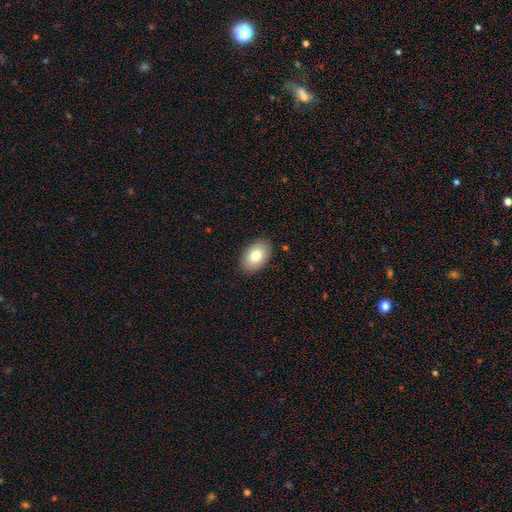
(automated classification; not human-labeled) This appears to be a smooth galaxy with no disk features (79%) that is in between round and cigar-shaped (87%). Merging: none (88%).